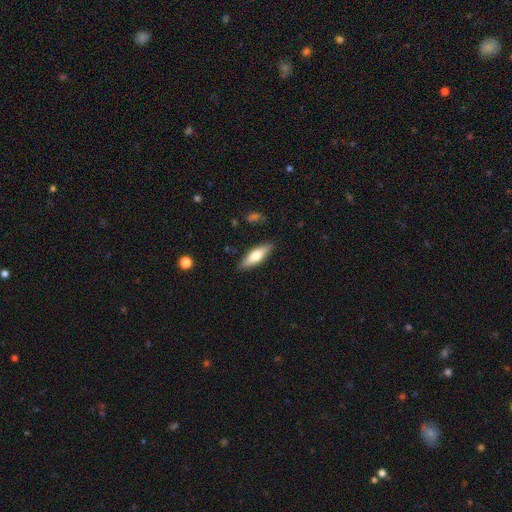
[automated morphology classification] Smooth or featured? Predicted: smooth (p=0.65). How rounded? Predicted: in between (p=0.49). Merging? Predicted: none (p=0.86).